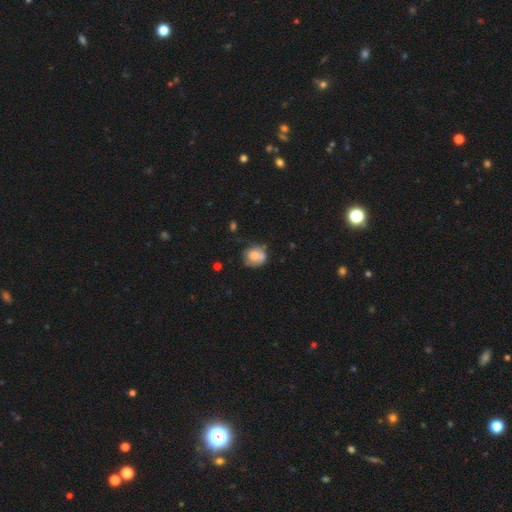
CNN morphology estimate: Smooth or featured: smooth — 61% (featured or disk — 30%)
How rounded: round — 74% (in between — 25%)
Merging: none — 47% (minor disturbance — 29%)